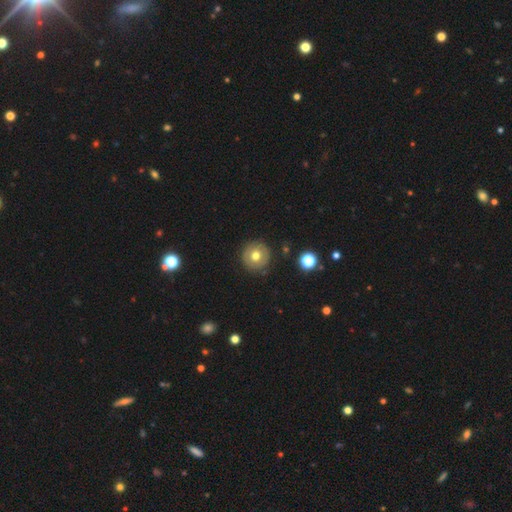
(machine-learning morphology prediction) Overall: smooth (67%). How rounded: round (94%). Merging: none (88%).